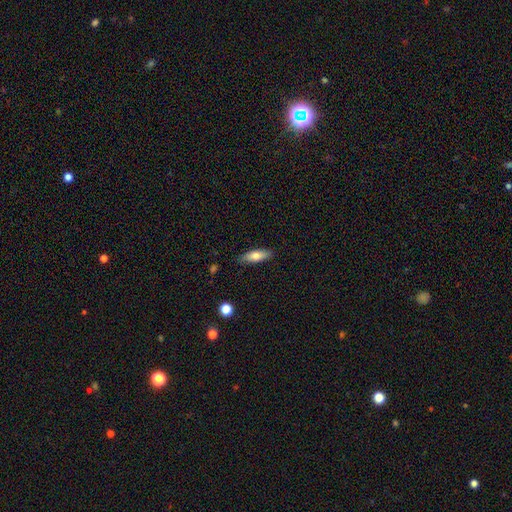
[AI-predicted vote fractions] A smooth galaxy with no disk features (72%) that is in between round and cigar-shaped (54%). Merging: none (85%).